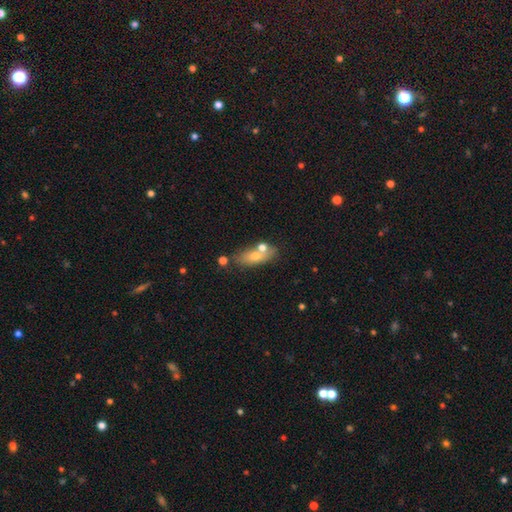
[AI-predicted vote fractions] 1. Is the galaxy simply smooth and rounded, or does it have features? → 61% smooth, 27% featured or disk, 11% star or artifact.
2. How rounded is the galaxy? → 67% in between, 25% cigar-shaped, 8% round.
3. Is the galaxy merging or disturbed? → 63% none, 20% merger, 12% minor disturbance, 4% major disturbance.